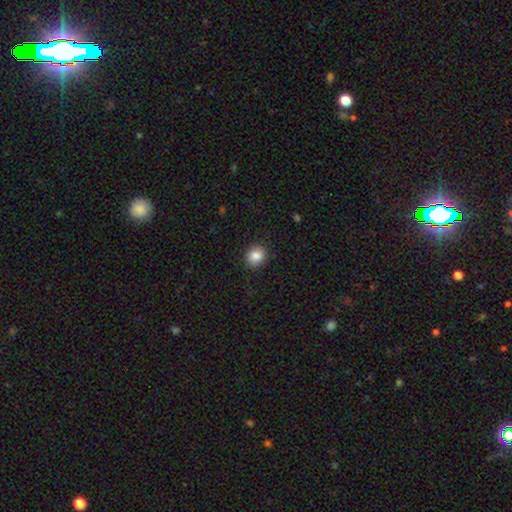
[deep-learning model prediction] A smooth galaxy with no disk features (85%) that is round (76%).

Vote fractions:
- Smooth or featured? smooth: 85% / star or artifact: 9% / featured or disk: 6%
- How rounded? round: 76% / in between: 23% / cigar-shaped: 1%
- Merging? none: 90% / minor disturbance: 7% / major disturbance: 2% / merger: 1%